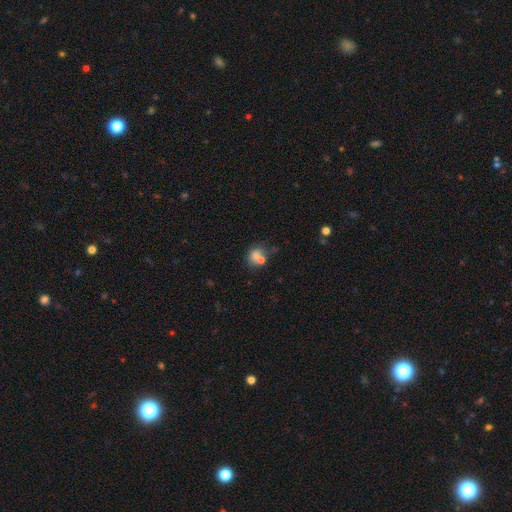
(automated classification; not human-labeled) This is likely a smooth galaxy (72%). How rounded: likely round (70%). Merging: possibly none (46%).